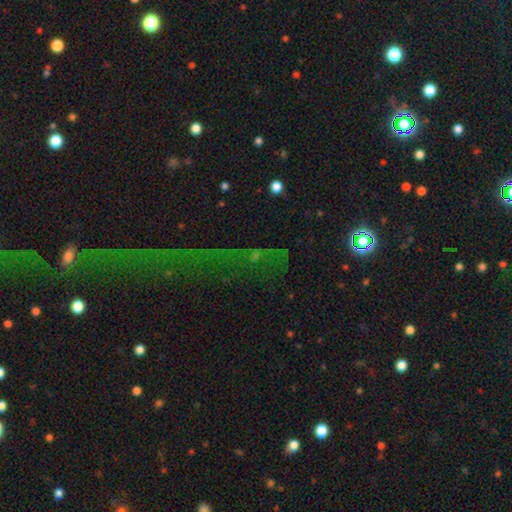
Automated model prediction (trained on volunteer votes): Smooth or featured? Predicted: star or artifact (p=0.77).